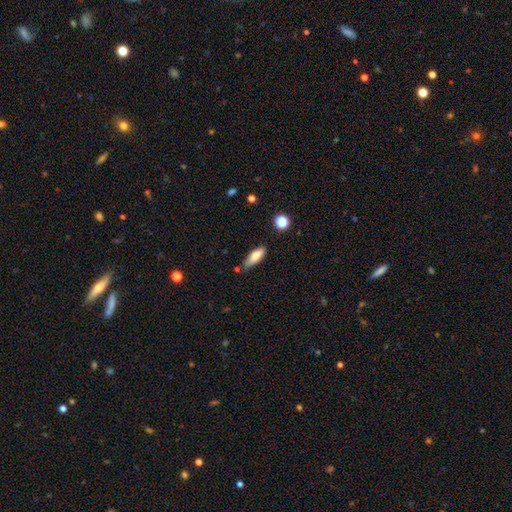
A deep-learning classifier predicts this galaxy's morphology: Smooth or featured: smooth — 80% (featured or disk — 12%)
How rounded: in between — 58% (cigar-shaped — 40%)
Merging: none — 71% (minor disturbance — 20%)